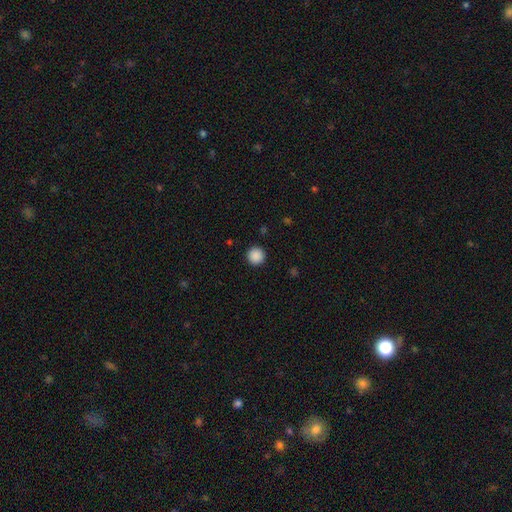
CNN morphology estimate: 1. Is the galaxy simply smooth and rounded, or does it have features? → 88% smooth, 9% star or artifact, 2% featured or disk.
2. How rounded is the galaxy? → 96% round, 3% in between, 1% cigar-shaped.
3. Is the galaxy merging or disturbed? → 92% none, 5% minor disturbance, 2% major disturbance, 1% merger.